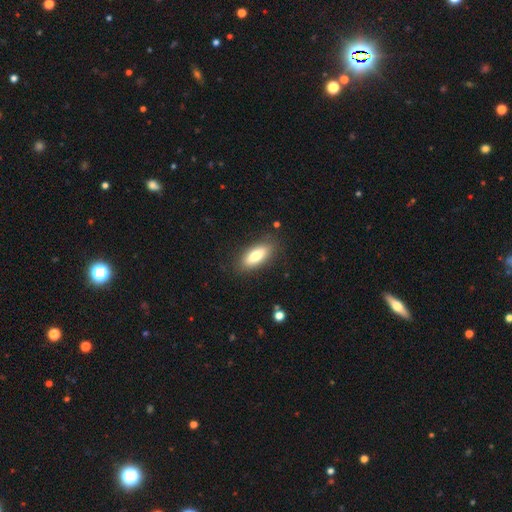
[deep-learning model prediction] Smooth or featured? smooth (77%)
How rounded? in between (73%)
Merging? none (84%)